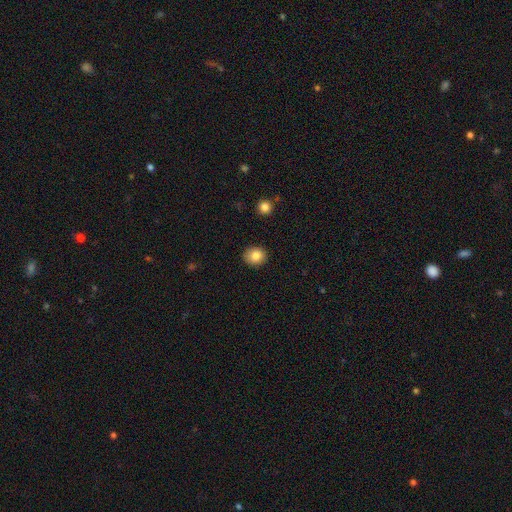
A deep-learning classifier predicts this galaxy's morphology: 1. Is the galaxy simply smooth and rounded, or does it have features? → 85% smooth, 9% star or artifact, 6% featured or disk.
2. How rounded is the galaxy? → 74% round, 25% in between, 1% cigar-shaped.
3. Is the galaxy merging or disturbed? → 89% none, 8% minor disturbance, 2% major disturbance, 1% merger.